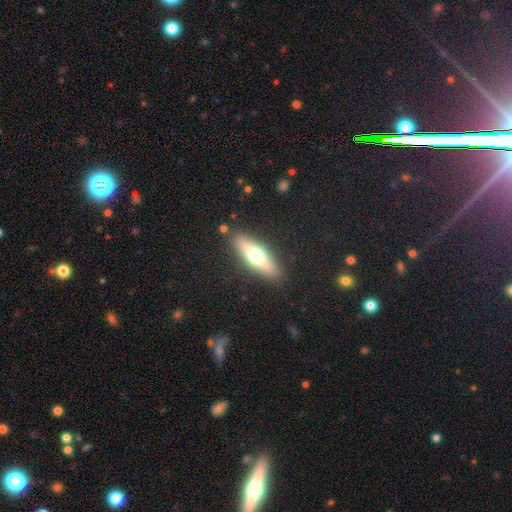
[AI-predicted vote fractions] Overall: smooth (52%; featured or disk 41%). How rounded: cigar-shaped (53%; in between 44%). Merging: none (87%).